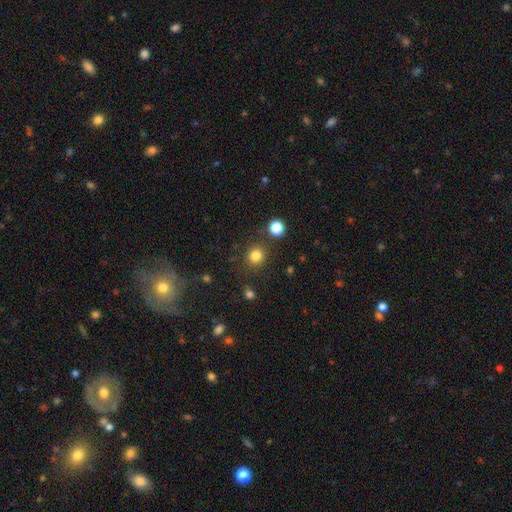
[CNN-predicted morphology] A smooth galaxy with no disk features (83%) that is round (90%). Merging: none (85%).